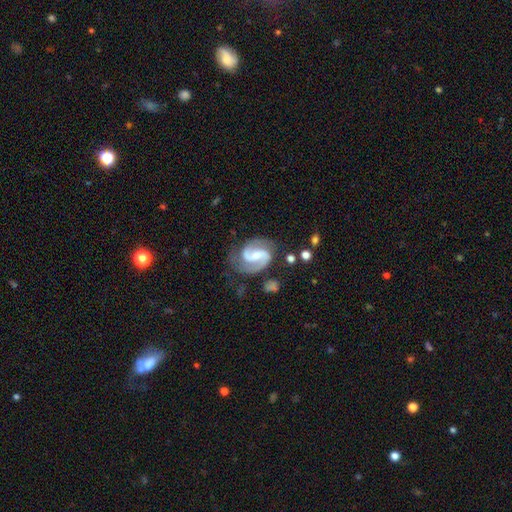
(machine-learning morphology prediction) smooth_or_featured: featured or disk (p=0.91) [alt: smooth p=0.05]
disk_edge_on: no (p=0.98) [alt: yes p=0.02]
bar: weak (p=0.46) [alt: no p=0.28]
has_spiral_arms: yes (p=0.98) [alt: no p=0.02]
spiral_winding: medium (p=0.58) [alt: tight p=0.23]
spiral_arm_count: 2 (p=0.93) [alt: can't tell p=0.02]
bulge_size: small (p=0.46) [alt: moderate p=0.41]
merging: none (p=0.73) [alt: minor disturbance p=0.17]